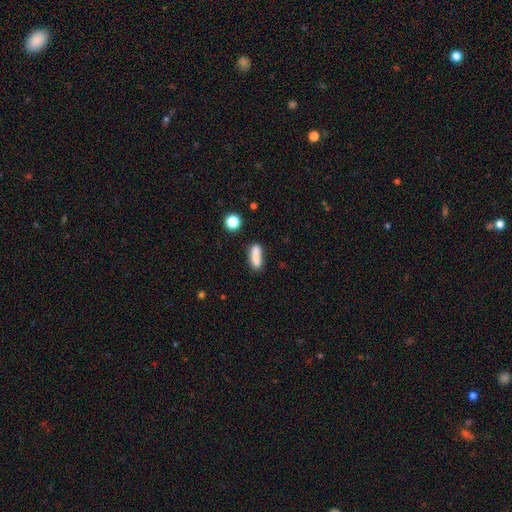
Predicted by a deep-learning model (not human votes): A smooth galaxy with no disk features (79%) that is cigar-shaped (50%).

Vote fractions:
- Smooth or featured? smooth: 79% / featured or disk: 11% / star or artifact: 9%
- How rounded? cigar-shaped: 50% / in between: 47% / round: 4%
- Merging? none: 61% / minor disturbance: 18% / merger: 14% / major disturbance: 7%